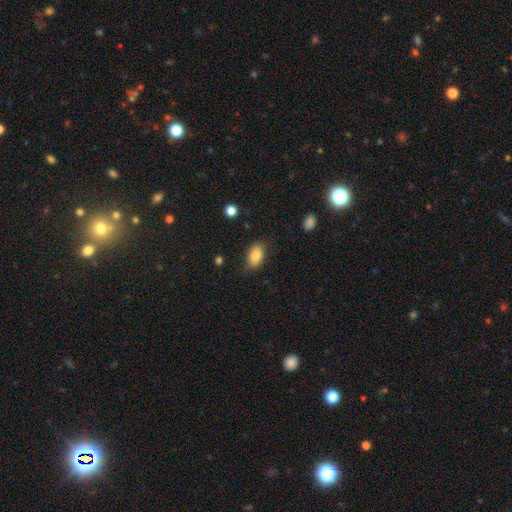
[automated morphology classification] Smooth or featured: smooth — 85% (star or artifact — 8%)
How rounded: in between — 91% (round — 7%)
Merging: none — 78% (minor disturbance — 16%)